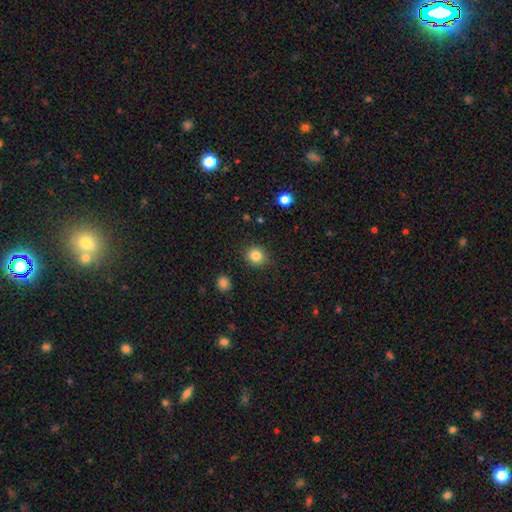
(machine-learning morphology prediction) Smooth or featured? Predicted: smooth (p=0.84). How rounded? Predicted: round (p=0.87). Merging? Predicted: none (p=0.90).